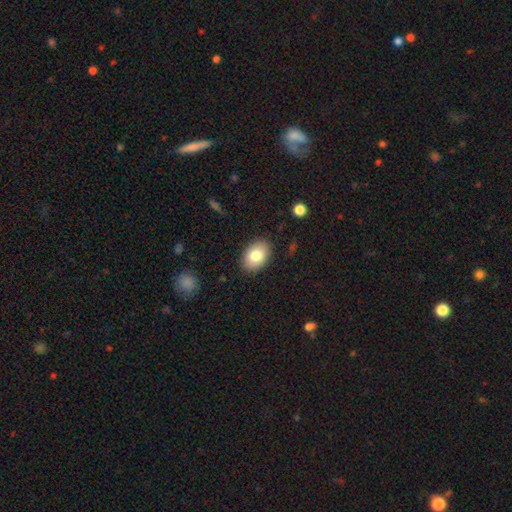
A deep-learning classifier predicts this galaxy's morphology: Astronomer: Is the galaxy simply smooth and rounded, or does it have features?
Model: smooth — 81%.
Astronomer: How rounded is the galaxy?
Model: in between — 85%.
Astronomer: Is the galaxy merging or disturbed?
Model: none — 87%.